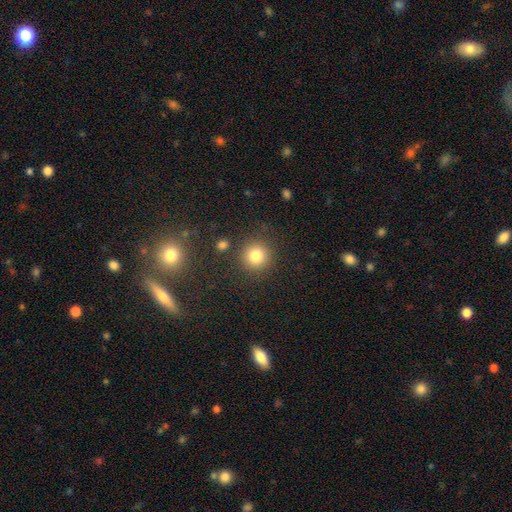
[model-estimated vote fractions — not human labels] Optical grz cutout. It shows a smooth galaxy with no disk features (81%) that is round (92%). Merging: none (85%).